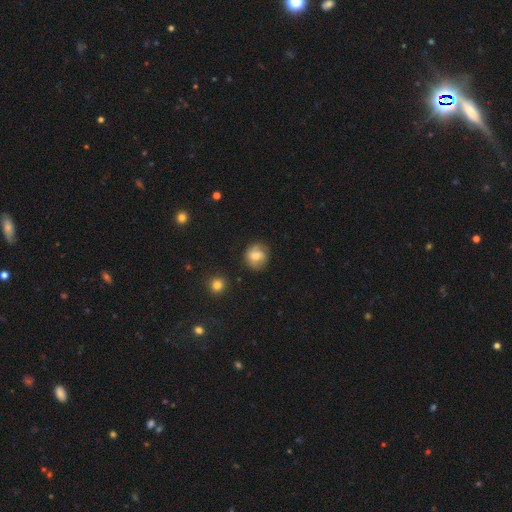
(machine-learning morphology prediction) smooth_or_featured: smooth (p=0.63) [alt: featured or disk p=0.28]
how_rounded: round (p=0.80) [alt: in between p=0.19]
merging: none (p=0.72) [alt: minor disturbance p=0.20]